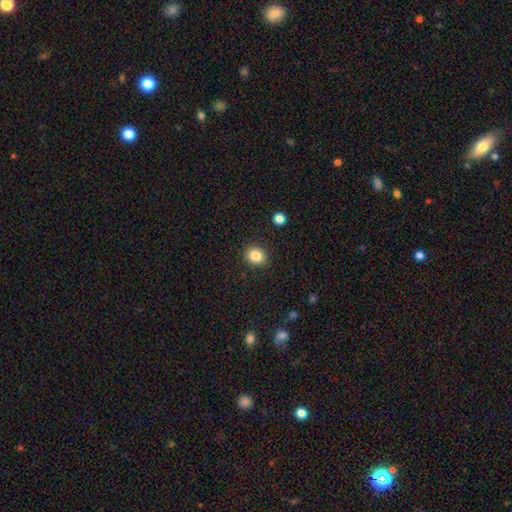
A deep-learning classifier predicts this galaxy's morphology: Q: Smooth or featured?
A: smooth (84%); runner-up: star or artifact (10%)
Q: How rounded?
A: round (64%); runner-up: in between (35%)
Q: Merging?
A: none (89%); runner-up: minor disturbance (7%)